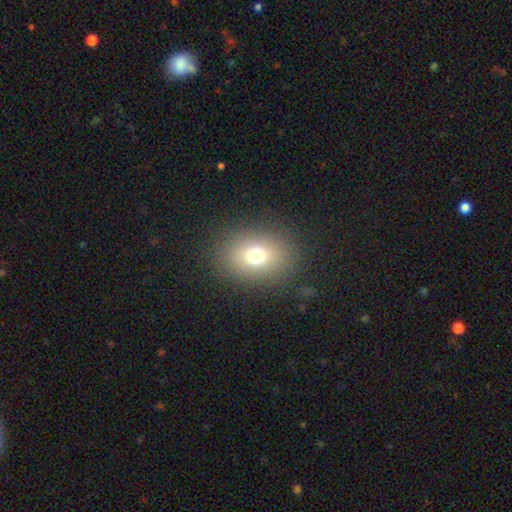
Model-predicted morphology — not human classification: Smooth or featured? Predicted: smooth (p=0.71). How rounded? Predicted: in between (p=0.54). Merging? Predicted: none (p=0.85).